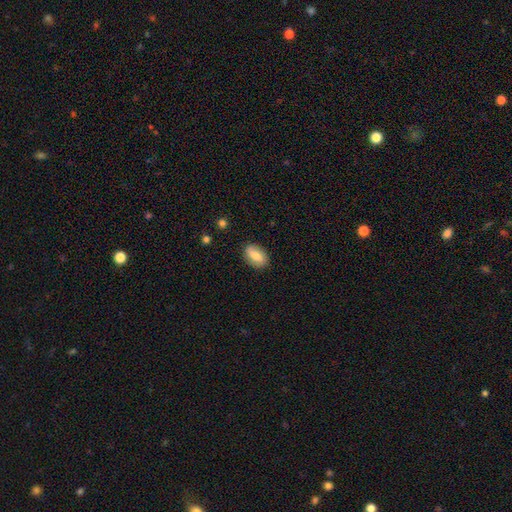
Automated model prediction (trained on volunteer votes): Overall: smooth (61%; featured or disk 32%). How rounded: in between (86%). Merging: none (84%).